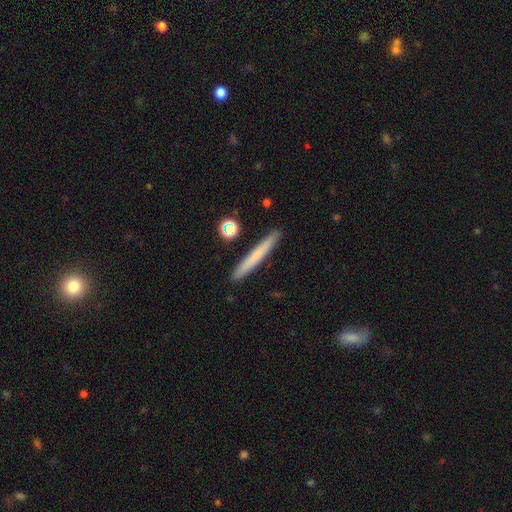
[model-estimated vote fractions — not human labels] A smooth galaxy with no disk features (67%) that is cigar-shaped (97%). Merging: none (91%).